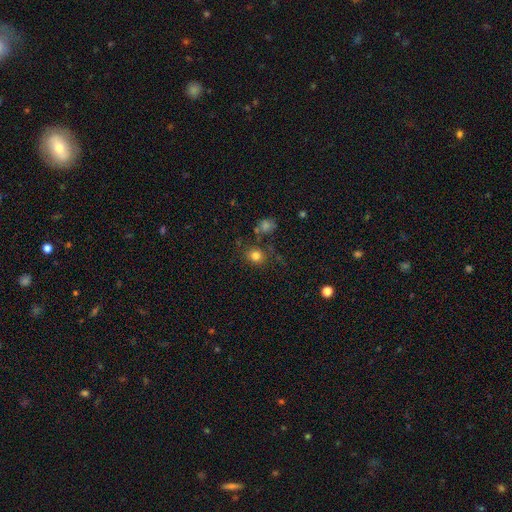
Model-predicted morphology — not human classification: Smooth or featured: smooth — 80% (star or artifact — 14%)
How rounded: round — 74% (in between — 25%)
Merging: none — 76% (minor disturbance — 12%)